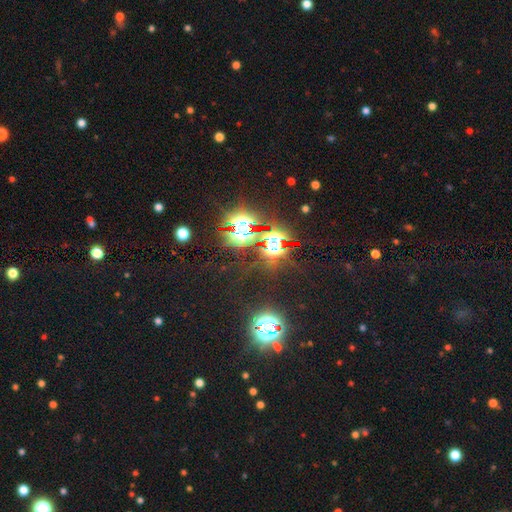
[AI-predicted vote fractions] Morphology: type=star or artifact (81%).